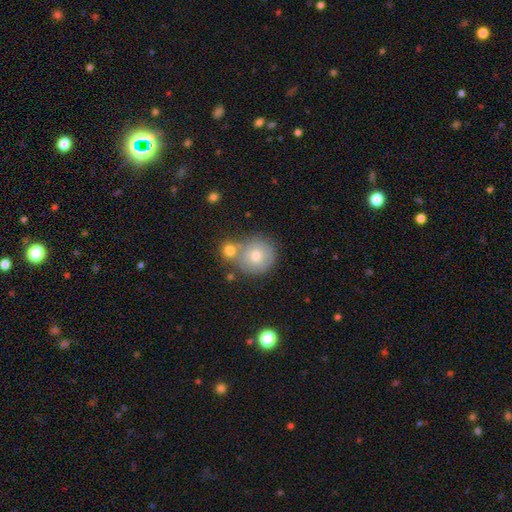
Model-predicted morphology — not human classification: Smooth or featured? Predicted: smooth (p=0.67). How rounded? Predicted: round (p=0.91). Merging? Predicted: none (p=0.56).